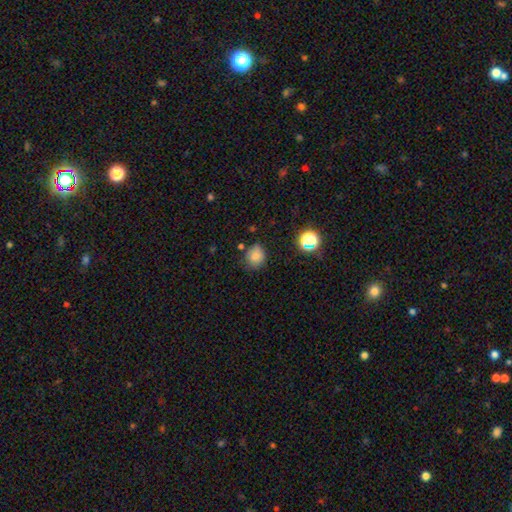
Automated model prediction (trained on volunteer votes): This is likely a smooth galaxy (80%). How rounded: likely round (69%). Merging: likely none (70%).